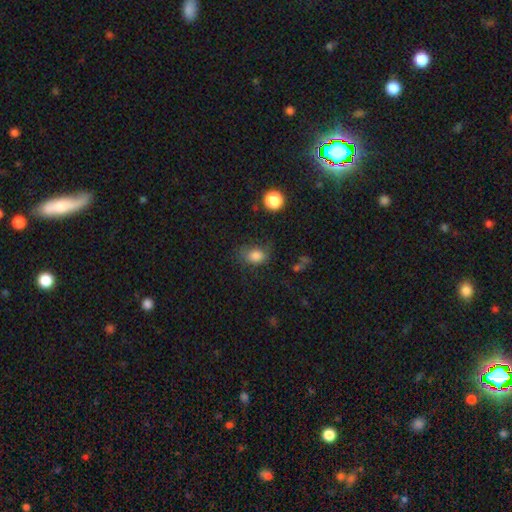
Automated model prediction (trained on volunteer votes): smooth-or-featured: smooth: 82% | star or artifact: 11% | featured or disk: 7%
  how-rounded: in between: 72% | round: 27% | cigar-shaped: 1%
  merging: none: 58% | minor disturbance: 26% | major disturbance: 13% | merger: 3%